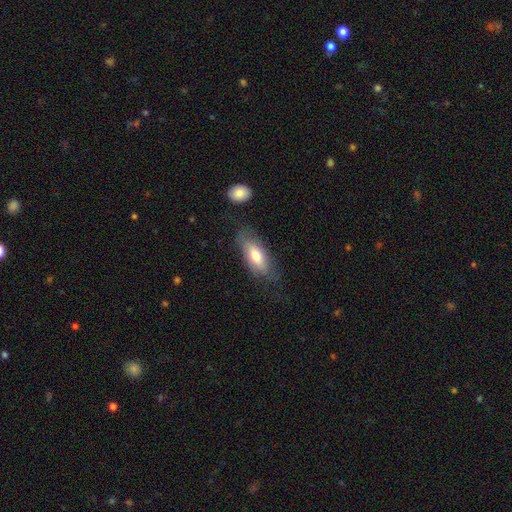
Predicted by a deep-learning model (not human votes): Smooth or featured? Predicted: smooth (p=0.71). How rounded? Predicted: in between (p=0.81). Merging? Predicted: none (p=0.67).